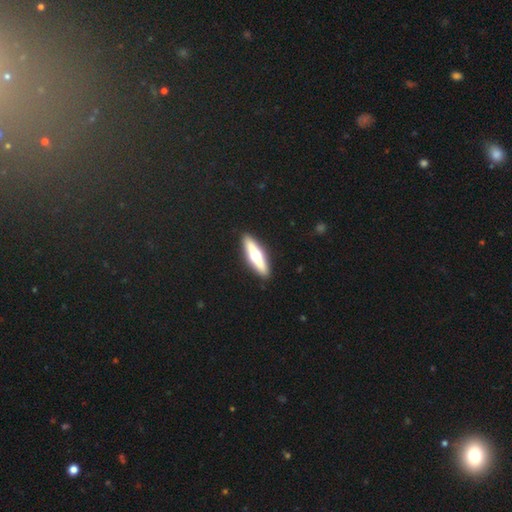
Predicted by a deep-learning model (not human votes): Morphology: type=featured or disk (57%); edge-on=yes (92%); edge-on bulge=rounded (95%); merging=none (91%).